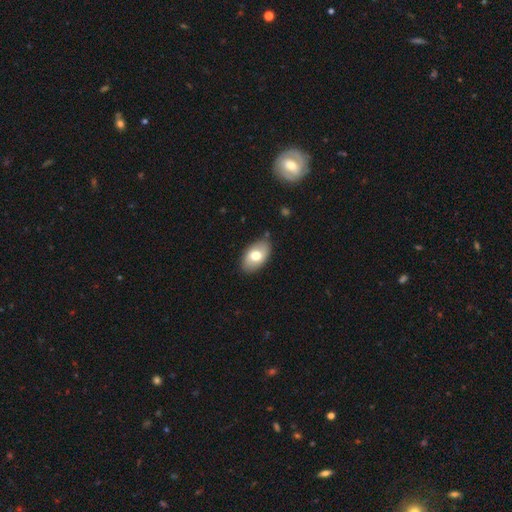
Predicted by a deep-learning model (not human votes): A smooth galaxy with no disk features (68%) that is in between round and cigar-shaped (92%). Merging: none (84%).